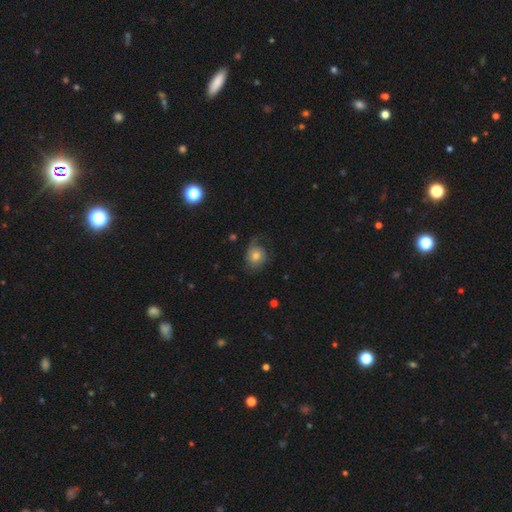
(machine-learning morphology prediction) Smooth or featured? smooth (51%)
How rounded? round (63%)
Merging? none (51%)